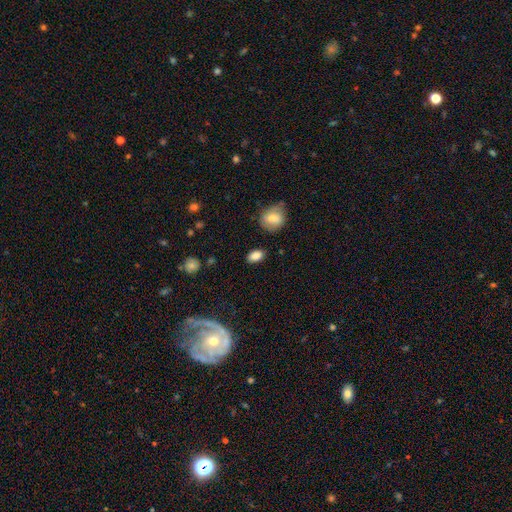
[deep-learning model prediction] The model was most divided on "merging": none: 84%, minor disturbance: 11%, major disturbance: 3%, merger: 2%. More confident: how rounded — in between (88%); smooth or featured — smooth (86%).